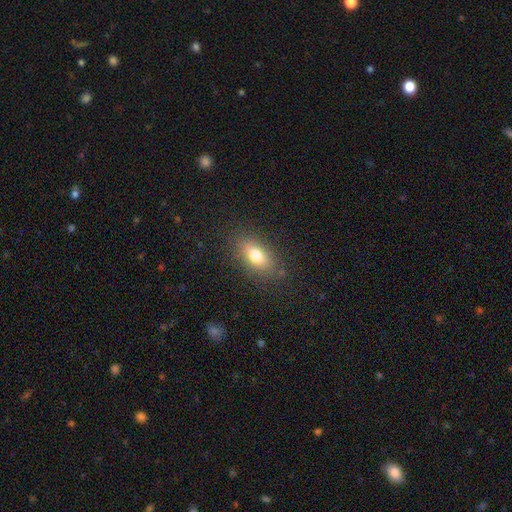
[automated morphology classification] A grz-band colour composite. It shows a smooth galaxy with no disk features (76%) that is in between round and cigar-shaped (83%). Merging: none (83%).